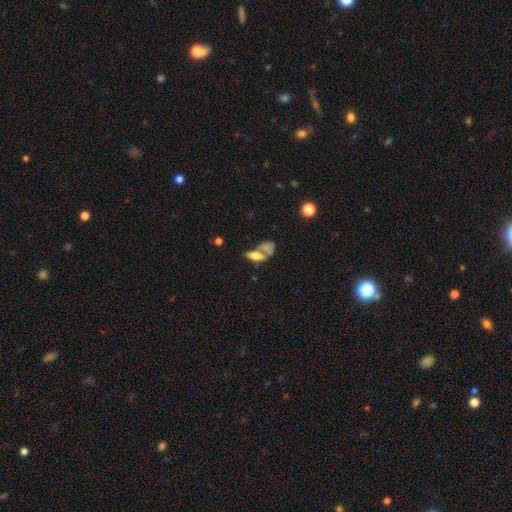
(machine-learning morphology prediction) Smooth or featured?
  - smooth: 61% *
  - featured or disk: 28%
  - star or artifact: 10%
How rounded?
  - in between: 76% *
  - cigar-shaped: 18%
  - round: 7%
Merging?
  - merger: 49% *
  - none: 28%
  - major disturbance: 12%
  - minor disturbance: 11%